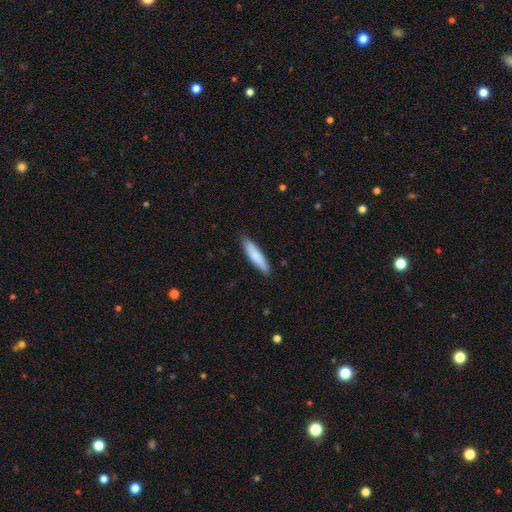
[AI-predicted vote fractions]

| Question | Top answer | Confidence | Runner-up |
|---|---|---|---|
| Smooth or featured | smooth | 83% | featured or disk (12%) |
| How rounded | cigar-shaped | 78% | in between (21%) |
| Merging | none | 87% | minor disturbance (10%) |